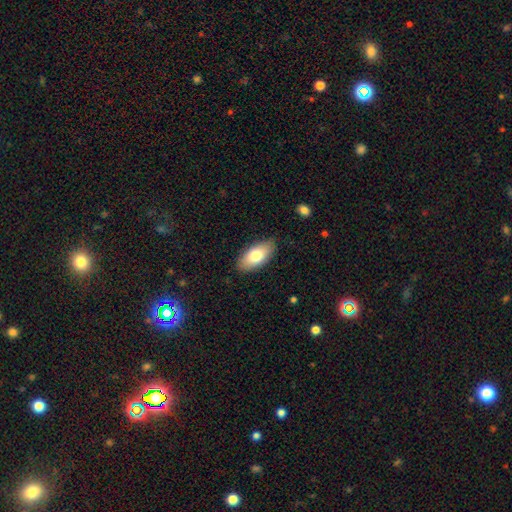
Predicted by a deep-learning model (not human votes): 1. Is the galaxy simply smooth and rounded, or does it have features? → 77% smooth, 17% featured or disk, 6% star or artifact.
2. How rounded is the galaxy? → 91% in between, 6% cigar-shaped, 3% round.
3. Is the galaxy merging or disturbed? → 86% none, 11% minor disturbance, 2% major disturbance, 1% merger.